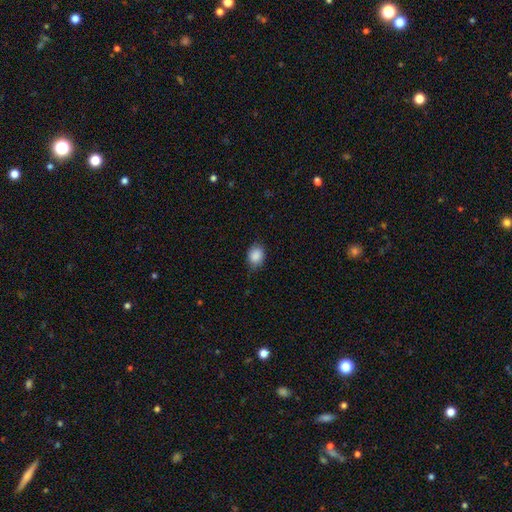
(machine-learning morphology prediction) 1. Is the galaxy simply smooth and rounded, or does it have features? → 89% smooth, 7% star or artifact, 4% featured or disk.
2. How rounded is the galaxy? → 61% in between, 38% round, 1% cigar-shaped.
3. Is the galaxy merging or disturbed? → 79% none, 17% minor disturbance, 3% major disturbance, 1% merger.